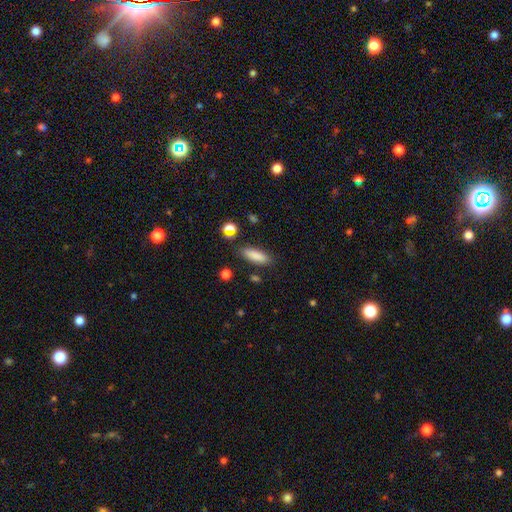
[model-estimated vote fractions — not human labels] This appears to be a smooth galaxy with no disk features (85%) that is in between round and cigar-shaped (55%). Merging: none (83%).